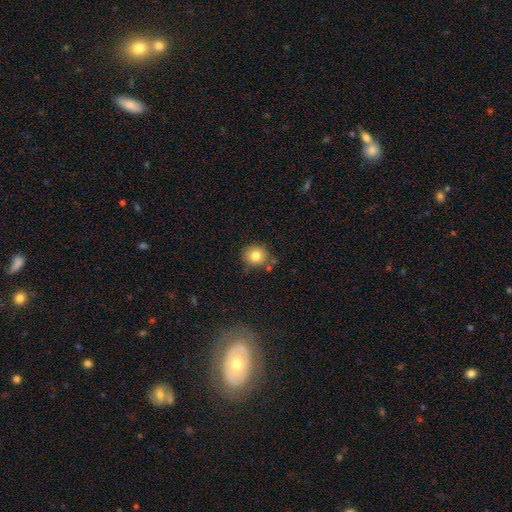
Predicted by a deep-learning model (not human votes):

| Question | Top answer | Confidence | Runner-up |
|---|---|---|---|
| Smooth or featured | smooth | 80% | star or artifact (10%) |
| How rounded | round | 81% | in between (18%) |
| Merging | none | 74% | minor disturbance (16%) |